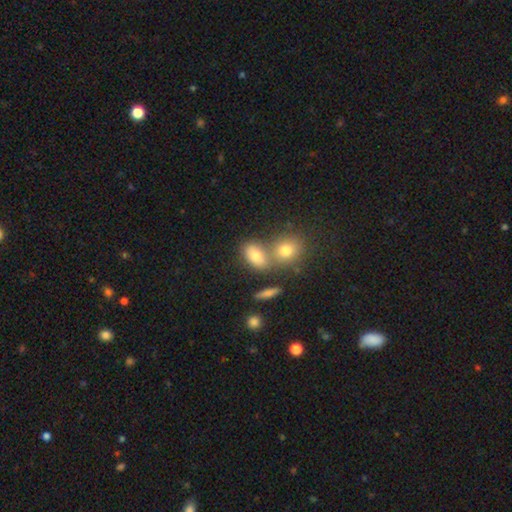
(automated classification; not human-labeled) Smooth or featured? smooth (77%)
How rounded? in between (77%)
Merging? none (49%)